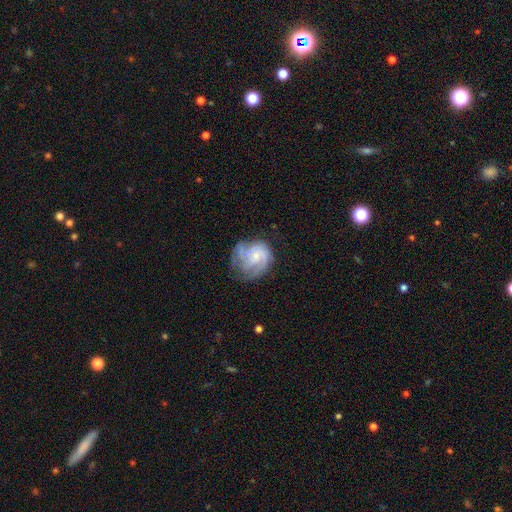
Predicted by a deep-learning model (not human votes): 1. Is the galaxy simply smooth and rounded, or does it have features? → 75% featured or disk, 18% smooth, 7% star or artifact.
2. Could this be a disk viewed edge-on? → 98% no, 2% yes.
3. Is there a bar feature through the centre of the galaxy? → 65% no, 30% weak, 4% strong.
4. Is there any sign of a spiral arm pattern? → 91% yes, 9% no.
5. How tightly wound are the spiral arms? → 46% tight, 40% medium, 14% loose.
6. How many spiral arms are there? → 32% 3, 28% can't tell, 17% 2, 13% 4, 6% 1, 5% more than 4.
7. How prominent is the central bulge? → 55% small, 32% moderate, 10% none, 3% large, 1% dominant.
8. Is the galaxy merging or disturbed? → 56% none, 24% minor disturbance, 18% major disturbance, 2% merger.